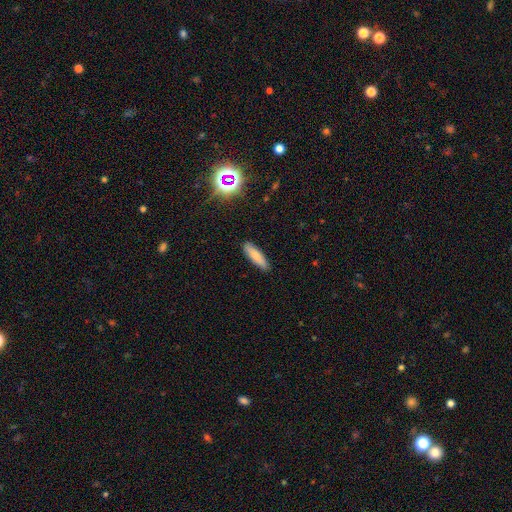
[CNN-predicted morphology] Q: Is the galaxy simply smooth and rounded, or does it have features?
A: smooth — 79%.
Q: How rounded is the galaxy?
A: cigar-shaped — 68%.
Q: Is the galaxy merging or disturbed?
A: none — 89%.